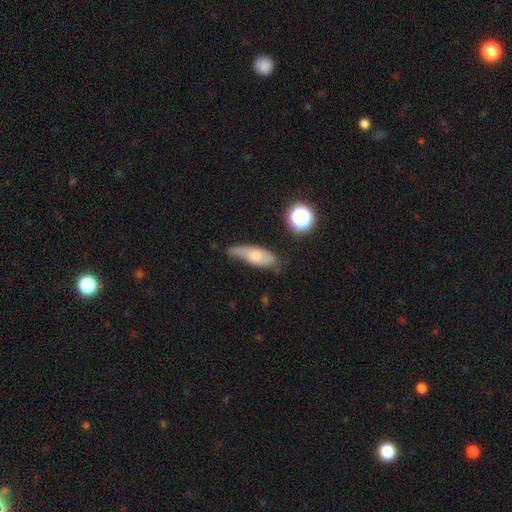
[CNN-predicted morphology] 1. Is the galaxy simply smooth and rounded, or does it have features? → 57% smooth, 34% featured or disk, 9% star or artifact.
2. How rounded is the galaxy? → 63% in between, 32% cigar-shaped, 5% round.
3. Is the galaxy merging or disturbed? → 44% none, 38% minor disturbance, 14% major disturbance, 4% merger.